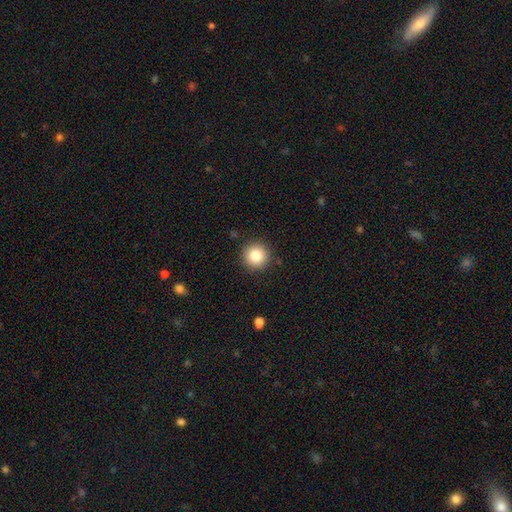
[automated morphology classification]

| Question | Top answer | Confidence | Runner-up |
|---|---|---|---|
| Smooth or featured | smooth | 85% | star or artifact (10%) |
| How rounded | round | 95% | in between (4%) |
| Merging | none | 91% | minor disturbance (6%) |